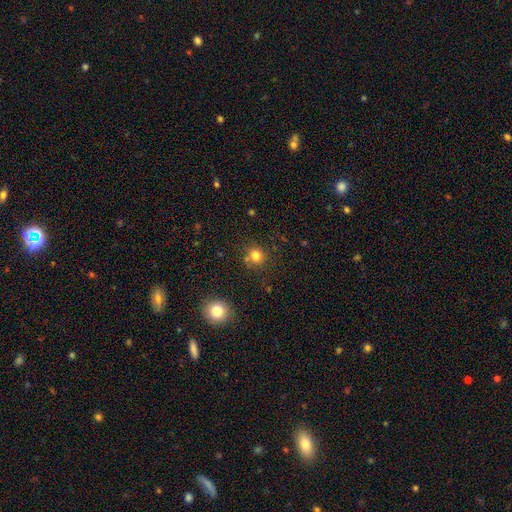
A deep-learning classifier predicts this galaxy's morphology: A smooth galaxy with no disk features (79%) that is round (87%).

Vote fractions:
- Smooth or featured? smooth: 79% / star or artifact: 15% / featured or disk: 7%
- How rounded? round: 87% / in between: 12% / cigar-shaped: 1%
- Merging? none: 76% / minor disturbance: 11% / merger: 9% / major disturbance: 4%